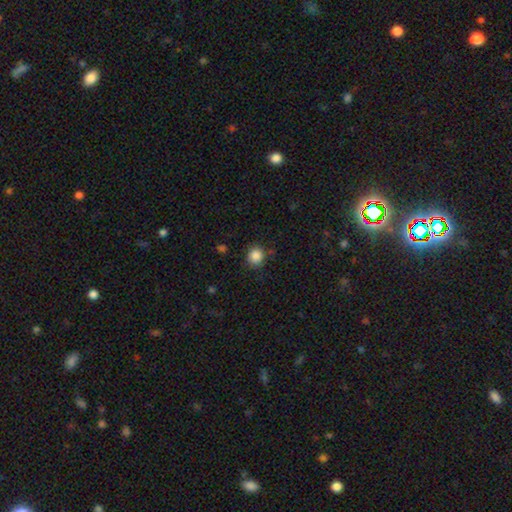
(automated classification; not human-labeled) smooth_or_featured: smooth (p=0.87) [alt: star or artifact p=0.10]
how_rounded: round (p=0.86) [alt: in between p=0.13]
merging: none (p=0.85) [alt: minor disturbance p=0.10]